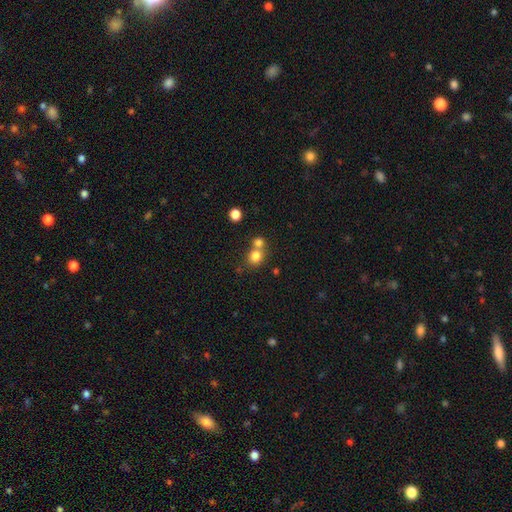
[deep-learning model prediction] Morphology: type=smooth (79%); roundness=round (78%); merging=none (47%).